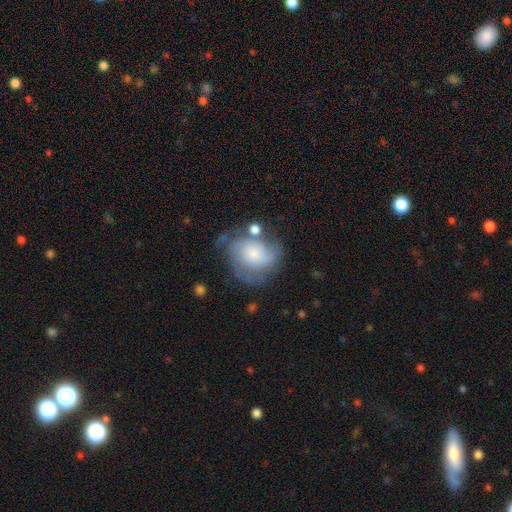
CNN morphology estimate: This is likely a featured or disk galaxy (65%). It is clearly not viewed edge-on (97%). Bar: likely no (73%). Spiral arm pattern: clearly yes (86%). Spiral arm count: marginally can't tell (35%). Spiral winding: possibly tight (46%). Central bulge: marginally small (36%, tied with moderate). Merging: possibly none (56%).